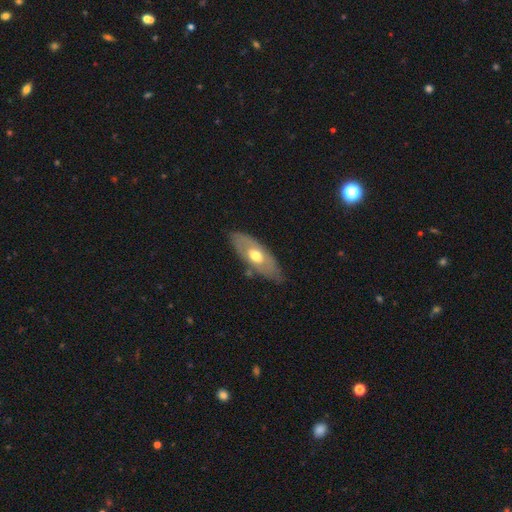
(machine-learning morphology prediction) Smooth or featured? Predicted: featured or disk (p=0.53). Edge-on disk? Predicted: no (p=0.76). Merging? Predicted: none (p=0.74).